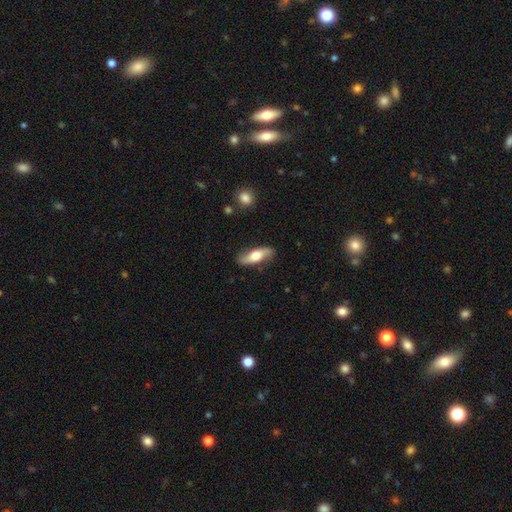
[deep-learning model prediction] smooth 52%, featured or disk 43%, star or artifact 5%. Down the decision tree: how rounded — in between (60%); merging — none (83%).